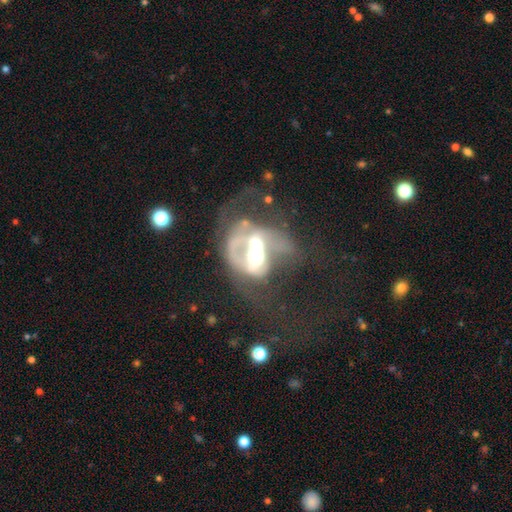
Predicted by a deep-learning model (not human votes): A featured or disk galaxy (68%) with no bar (71%), no spiral arms (60%) and a moderate central bulge (61%). Merging: merger (62%).